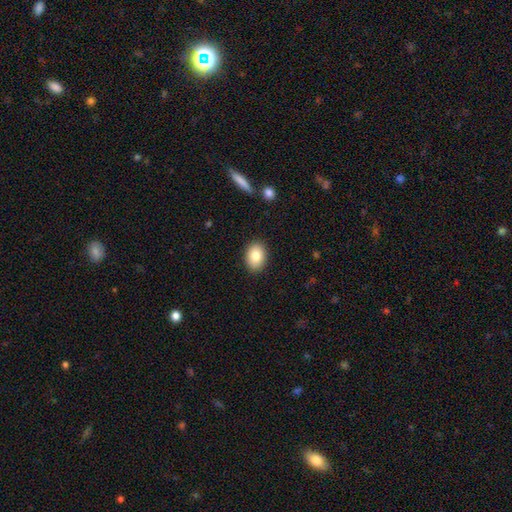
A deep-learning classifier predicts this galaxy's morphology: The model was most divided on "how rounded": in between: 71%, round: 28%, cigar-shaped: 1%. More confident: merging — none (89%); smooth or featured — smooth (82%).